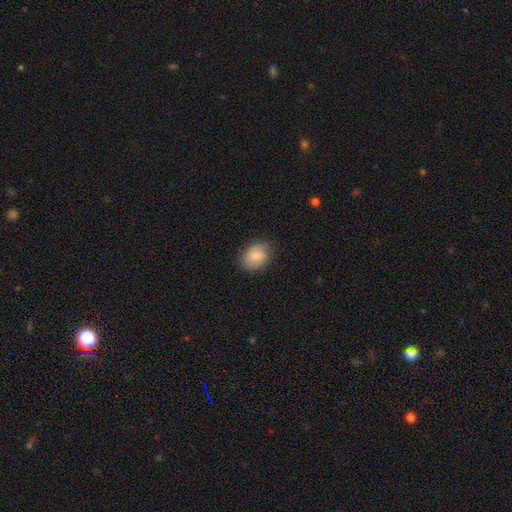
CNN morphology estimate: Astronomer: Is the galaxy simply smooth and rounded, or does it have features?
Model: smooth — 69%.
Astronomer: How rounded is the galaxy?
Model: in between — 58% (runner-up: round, 41%).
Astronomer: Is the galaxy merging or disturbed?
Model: none — 77%.